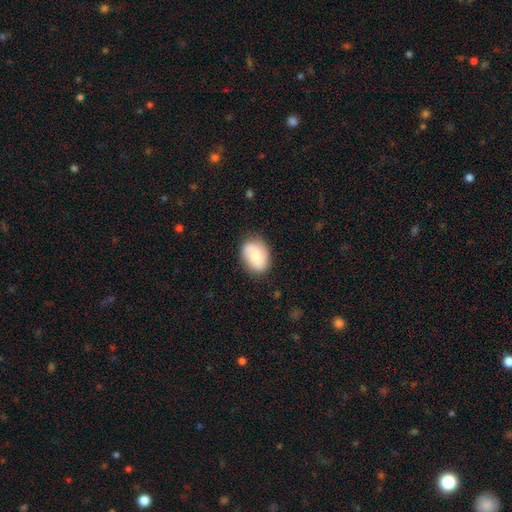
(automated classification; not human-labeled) Smooth or featured?
  - smooth: 58% *
  - featured or disk: 35%
  - star or artifact: 7%
How rounded?
  - in between: 70% *
  - round: 29%
  - cigar-shaped: 1%
Merging?
  - none: 75% *
  - minor disturbance: 18%
  - major disturbance: 5%
  - merger: 2%